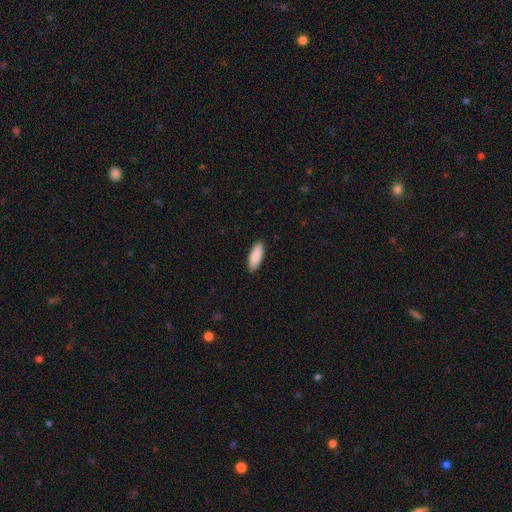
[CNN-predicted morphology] smooth_or_featured: smooth (p=0.90) [alt: star or artifact p=0.05]
how_rounded: in between (p=0.72) [alt: cigar-shaped p=0.27]
merging: none (p=0.90) [alt: minor disturbance p=0.08]